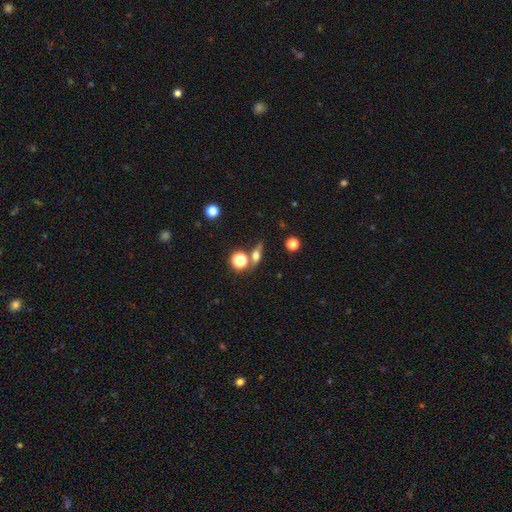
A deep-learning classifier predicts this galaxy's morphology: smooth_or_featured: smooth (p=0.50) [alt: featured or disk p=0.32]
how_rounded: in between (p=0.44) [alt: round p=0.31]
merging: none (p=0.68) [alt: merger p=0.14]